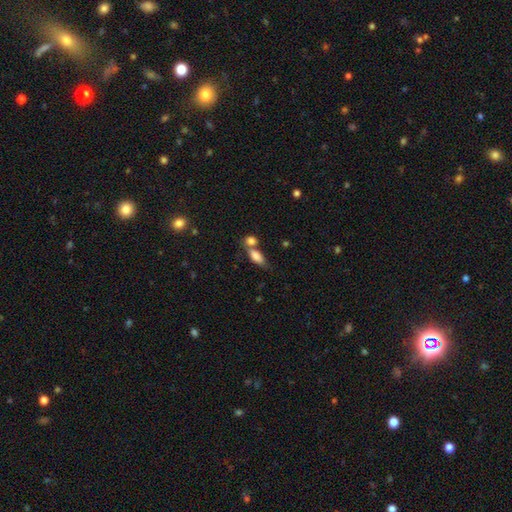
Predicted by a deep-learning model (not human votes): This appears to be a smooth galaxy with no disk features (81%) that is in between round and cigar-shaped (82%). Merging: merger (45%).